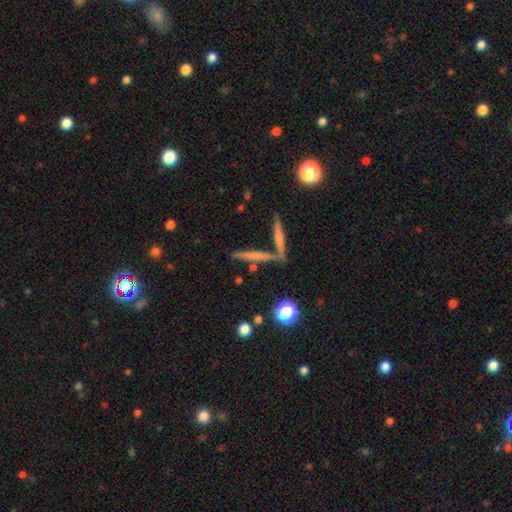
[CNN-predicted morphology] Smooth or featured?
  - featured or disk: 46% *
  - smooth: 43%
  - star or artifact: 11%
Merging?
  - none: 70% *
  - merger: 19%
  - minor disturbance: 8%
  - major disturbance: 3%